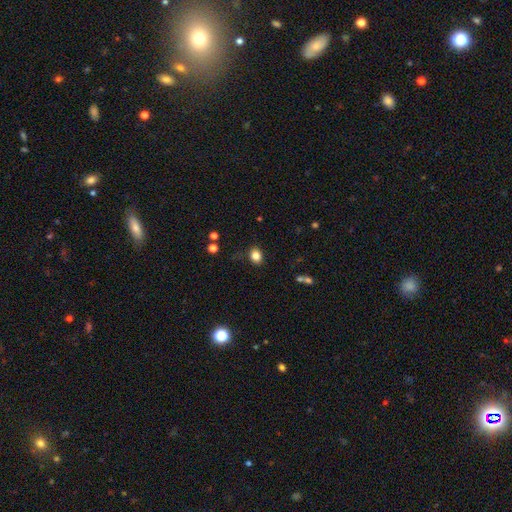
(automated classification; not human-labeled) This appears to be a smooth galaxy with no disk features (83%) that is in between round and cigar-shaped (50%). Merging: none (82%).